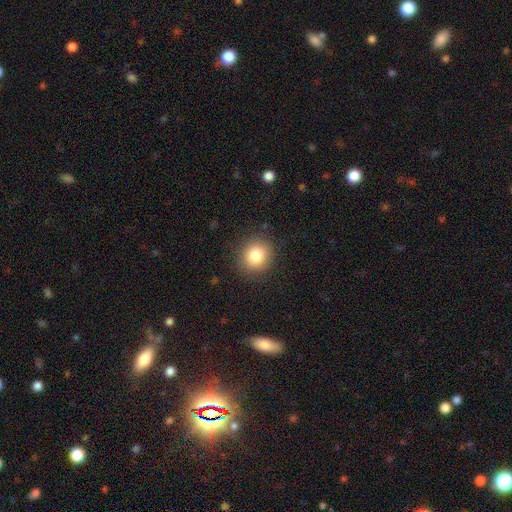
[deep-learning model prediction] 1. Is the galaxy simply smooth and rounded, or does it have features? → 81% smooth, 11% star or artifact, 8% featured or disk.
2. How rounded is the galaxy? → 82% round, 17% in between, 1% cigar-shaped.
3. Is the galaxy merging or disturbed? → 89% none, 8% minor disturbance, 3% major disturbance, 1% merger.